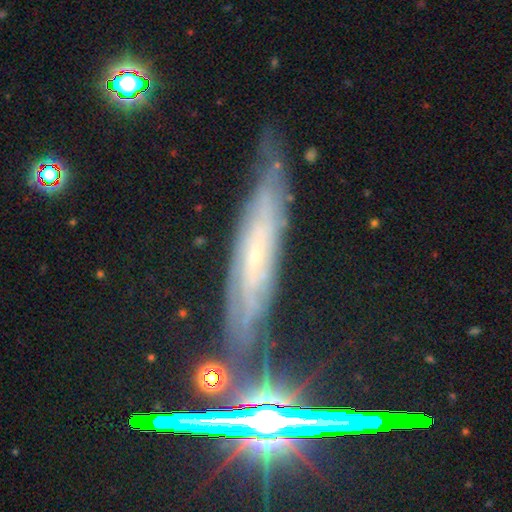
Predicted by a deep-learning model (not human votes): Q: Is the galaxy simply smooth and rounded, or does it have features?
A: featured or disk — 65%.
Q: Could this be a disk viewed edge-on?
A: yes — 54%.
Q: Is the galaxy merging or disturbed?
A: none — 72%.